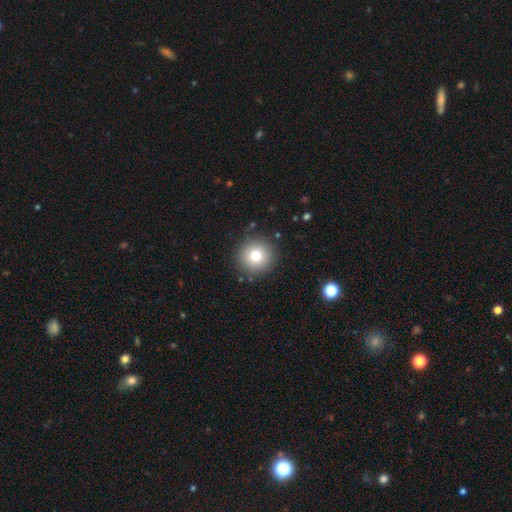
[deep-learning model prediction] Smooth or featured? Predicted: smooth (p=0.77). How rounded? Predicted: round (p=0.95). Merging? Predicted: none (p=0.88).